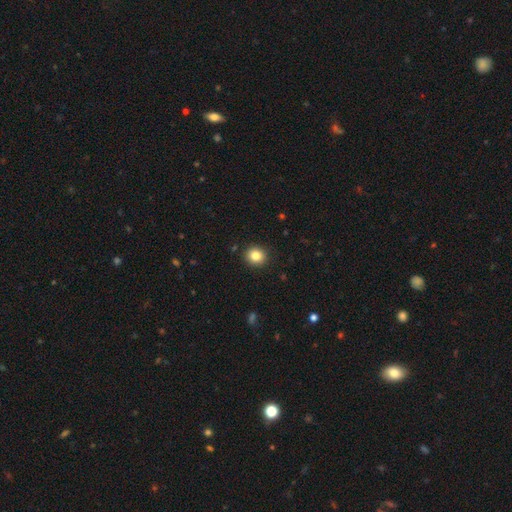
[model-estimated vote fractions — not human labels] Smooth or featured? smooth (83%)
How rounded? round (85%)
Merging? none (91%)